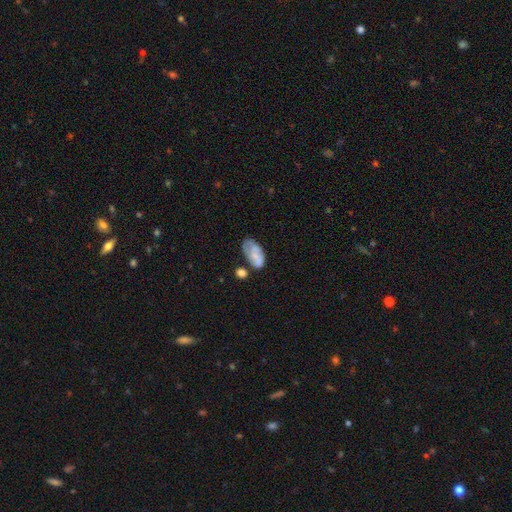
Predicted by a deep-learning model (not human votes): smooth-or-featured: smooth: 59% | featured or disk: 33% | star or artifact: 8%
  how-rounded: in between: 93% | round: 4% | cigar-shaped: 3%
  merging: none: 36% | minor disturbance: 30% | major disturbance: 18% | merger: 16%